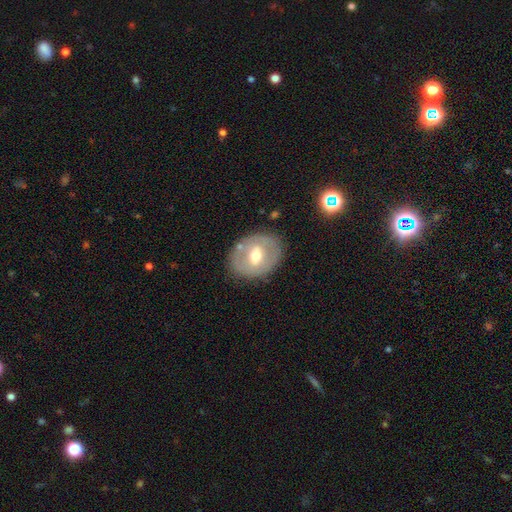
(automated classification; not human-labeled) Smooth or featured? Predicted: featured or disk (p=0.51). Edge-on disk? Predicted: no (p=0.93). Merging? Predicted: none (p=0.79).